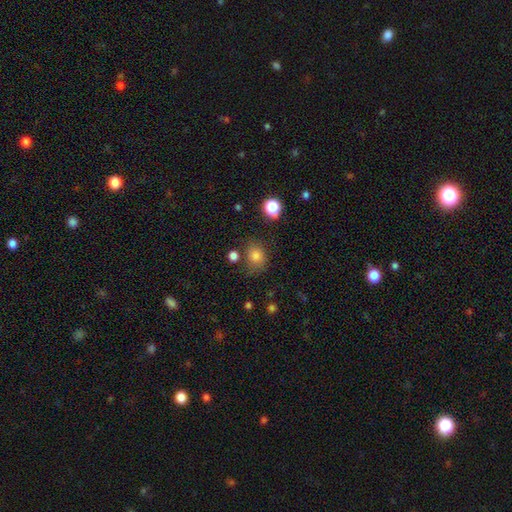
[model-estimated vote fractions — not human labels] smooth-or-featured: smooth: 80% | star or artifact: 13% | featured or disk: 7%
  how-rounded: round: 68% | in between: 31% | cigar-shaped: 1%
  merging: none: 68% | minor disturbance: 19% | major disturbance: 7% | merger: 6%